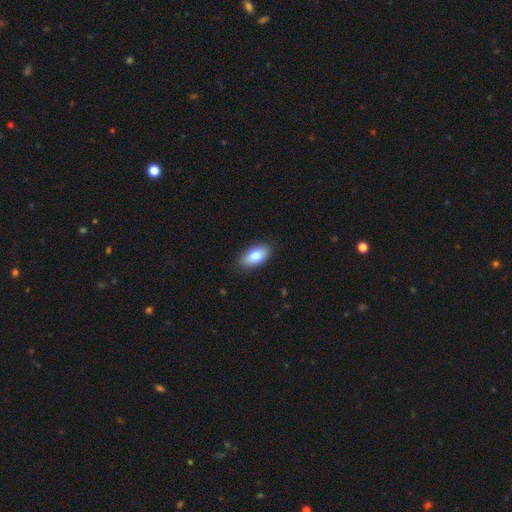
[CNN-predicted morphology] A smooth galaxy with no disk features (81%) that is in between round and cigar-shaped (93%).

Vote fractions:
- Smooth or featured? smooth: 81% / featured or disk: 13% / star or artifact: 7%
- How rounded? in between: 93% / cigar-shaped: 4% / round: 3%
- Merging? none: 88% / minor disturbance: 9% / major disturbance: 2% / merger: 1%